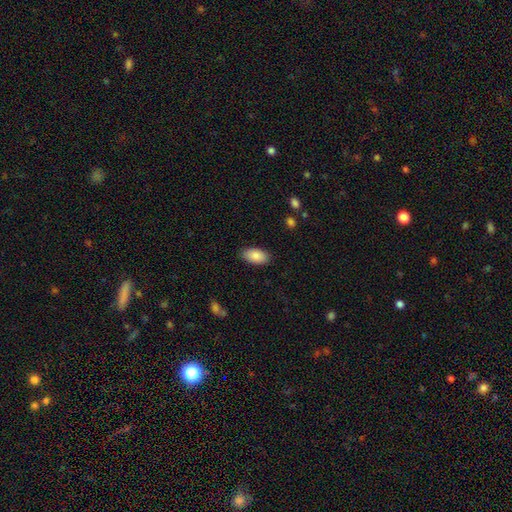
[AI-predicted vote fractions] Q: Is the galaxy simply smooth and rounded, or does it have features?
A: smooth — 86%.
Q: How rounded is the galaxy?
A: in between — 95%.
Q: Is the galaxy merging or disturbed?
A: none — 87%.